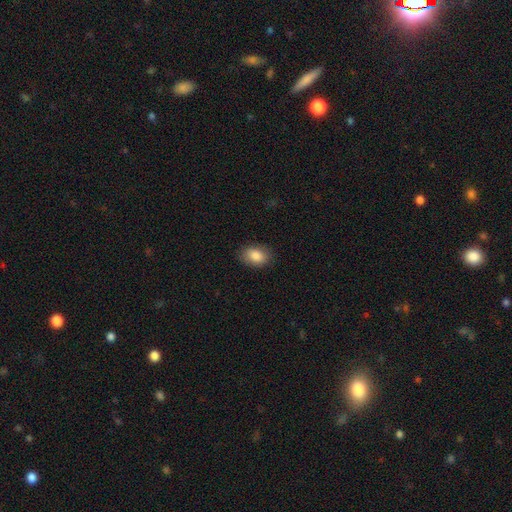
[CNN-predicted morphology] The model was most divided on "how rounded": in between: 84%, round: 14%, cigar-shaped: 1%. More confident: smooth or featured — smooth (86%); merging — none (86%).